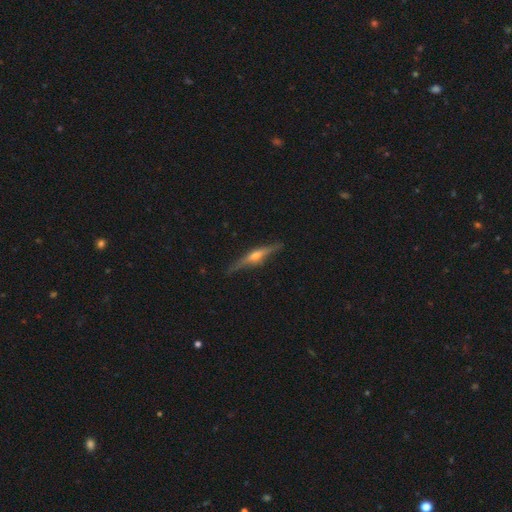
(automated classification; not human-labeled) This appears to be a featured or disk galaxy (78%) viewed edge-on (97%) with a rounded central bulge (90%). Merging: none (86%).